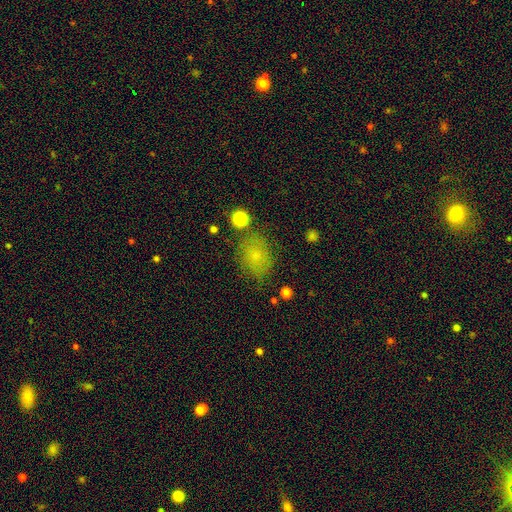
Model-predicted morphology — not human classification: Overall: smooth (74%). How rounded: in between (63%; round 36%). Merging: none (71%).